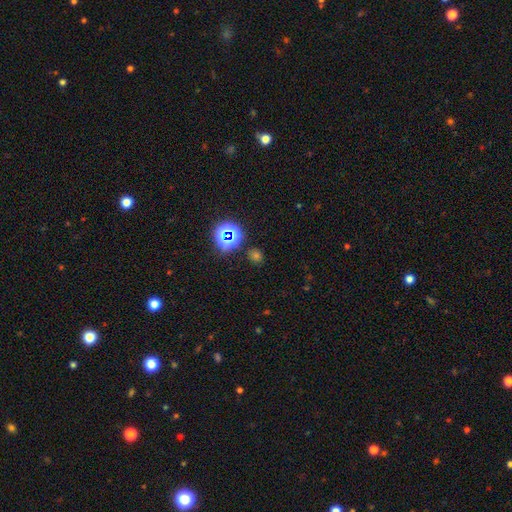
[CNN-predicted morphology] Smooth or featured?
  - star or artifact: 47% *
  - smooth: 46%
  - featured or disk: 7%